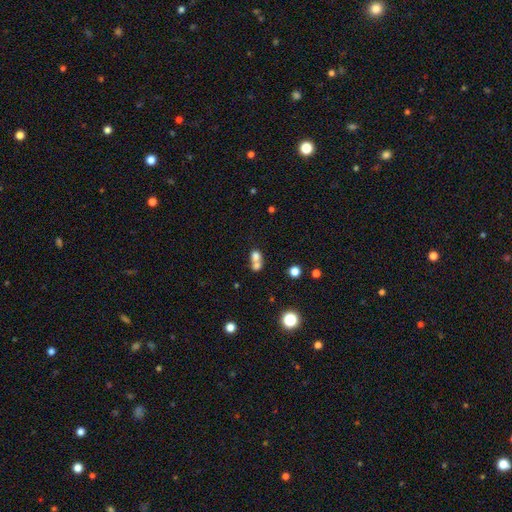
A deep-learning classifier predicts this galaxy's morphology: Q: Smooth or featured?
A: smooth (72%); runner-up: featured or disk (15%)
Q: How rounded?
A: round (61%); runner-up: in between (37%)
Q: Merging?
A: merger (67%); runner-up: none (24%)